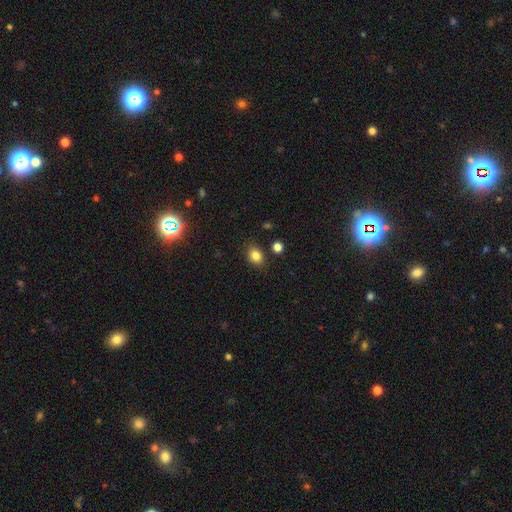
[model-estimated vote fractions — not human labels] This appears to be a smooth galaxy with no disk features (82%) that is round (51%). Merging: none (83%).